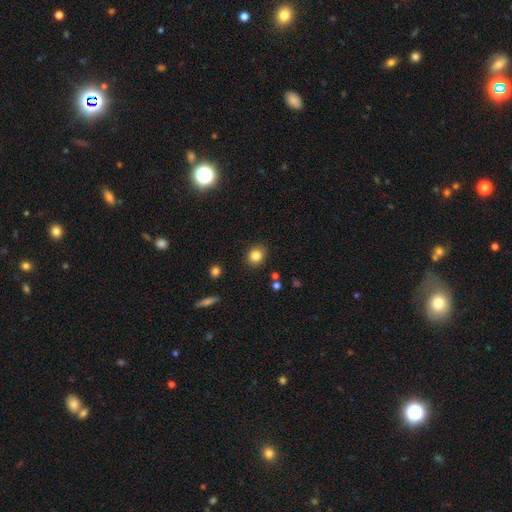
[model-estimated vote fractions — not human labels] A smooth galaxy with no disk features (83%) that is round (73%).

Vote fractions:
- Smooth or featured? smooth: 83% / star or artifact: 11% / featured or disk: 6%
- How rounded? round: 73% / in between: 26% / cigar-shaped: 1%
- Merging? none: 86% / minor disturbance: 9% / major disturbance: 2% / merger: 2%